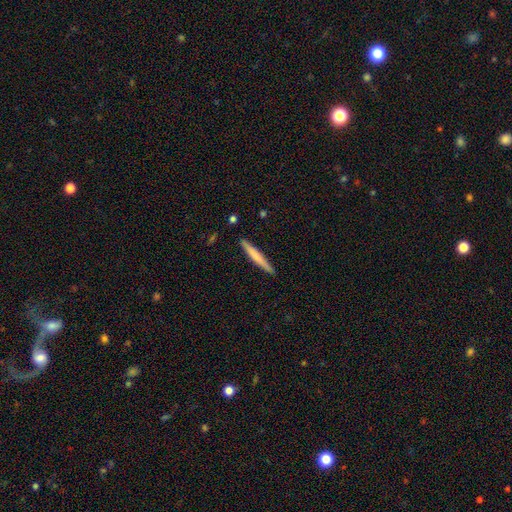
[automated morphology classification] smooth_or_featured: smooth (p=0.62) [alt: featured or disk p=0.32]
how_rounded: cigar-shaped (p=0.96) [alt: in between p=0.03]
merging: none (p=0.90) [alt: minor disturbance p=0.07]